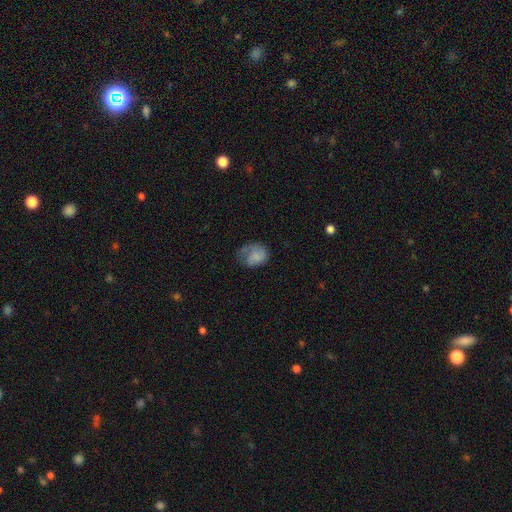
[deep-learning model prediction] A smooth galaxy with no disk features (67%) that is in between round and cigar-shaped (52%). Merging: none (38%).